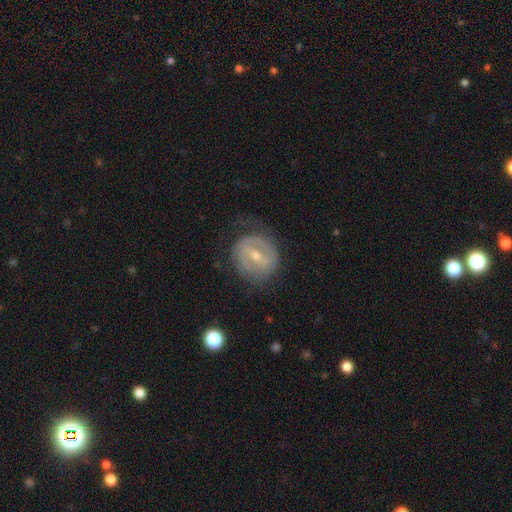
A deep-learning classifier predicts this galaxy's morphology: type=featured or disk (75%); edge-on=no (95%); bar=weak (45%); spiral arms=yes (68%); bulge=moderate (49%); merging=none (64%).